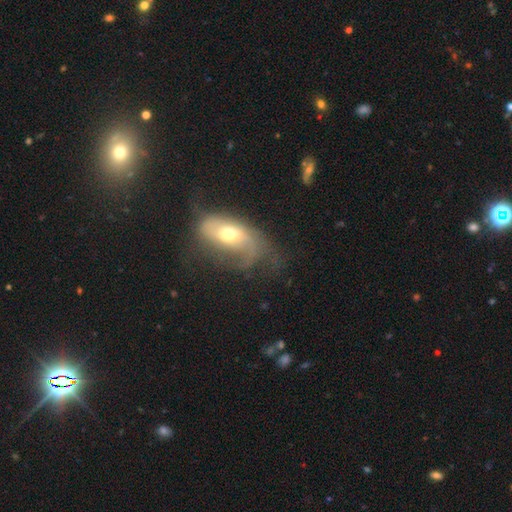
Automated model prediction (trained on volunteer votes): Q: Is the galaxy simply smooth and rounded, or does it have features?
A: featured or disk — 60%.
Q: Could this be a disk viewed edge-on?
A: no — 90%.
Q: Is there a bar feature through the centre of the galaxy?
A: no — 62%.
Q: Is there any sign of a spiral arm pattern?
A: yes — 72%.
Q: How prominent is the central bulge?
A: moderate — 69%.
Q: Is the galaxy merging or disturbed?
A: none — 38%.